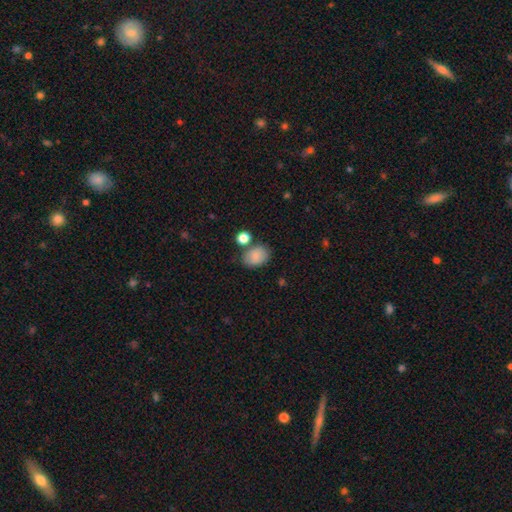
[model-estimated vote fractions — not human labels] A smooth galaxy with no disk features (85%) that is in between round and cigar-shaped (68%).

Vote fractions:
- Smooth or featured? smooth: 85% / star or artifact: 9% / featured or disk: 6%
- How rounded? in between: 68% / round: 31% / cigar-shaped: 1%
- Merging? none: 68% / minor disturbance: 15% / merger: 12% / major disturbance: 5%